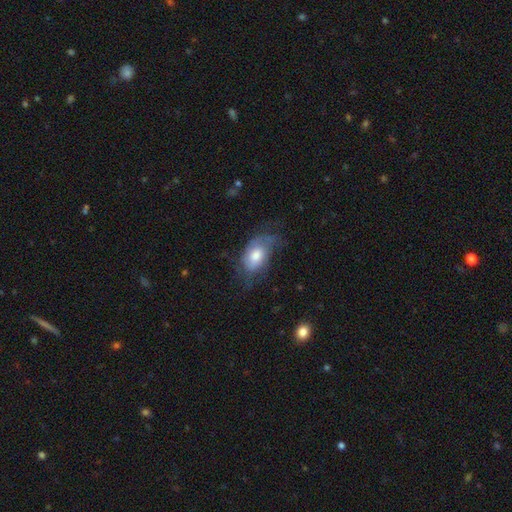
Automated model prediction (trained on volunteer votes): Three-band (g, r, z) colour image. It shows a smooth galaxy with no disk features (50%). Merging: none (43%).